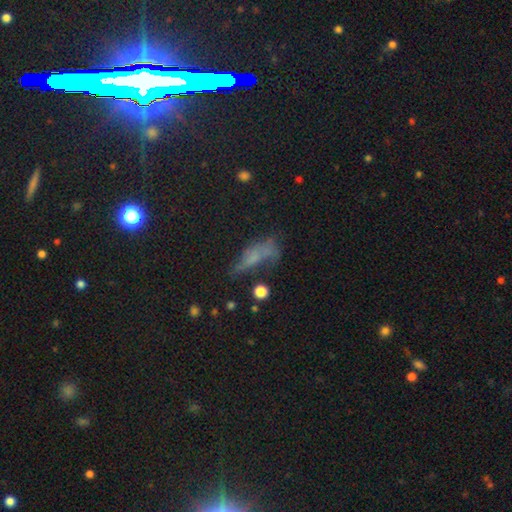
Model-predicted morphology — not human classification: This is marginally a smooth galaxy (42%). Merging: marginally none (36%).